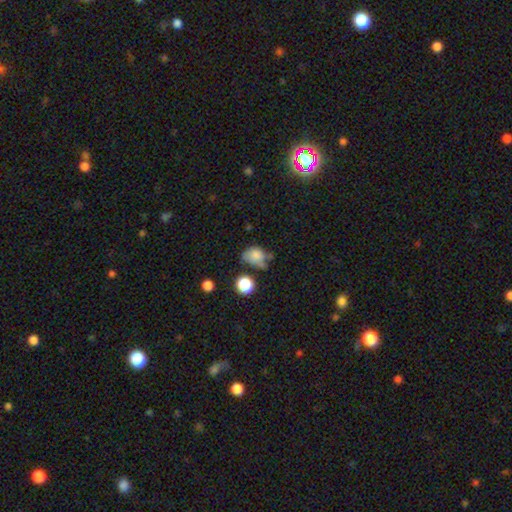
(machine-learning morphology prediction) smooth 71%, featured or disk 16%, star or artifact 12%. Down the decision tree: how rounded — in between (61%); merging — none (31%).